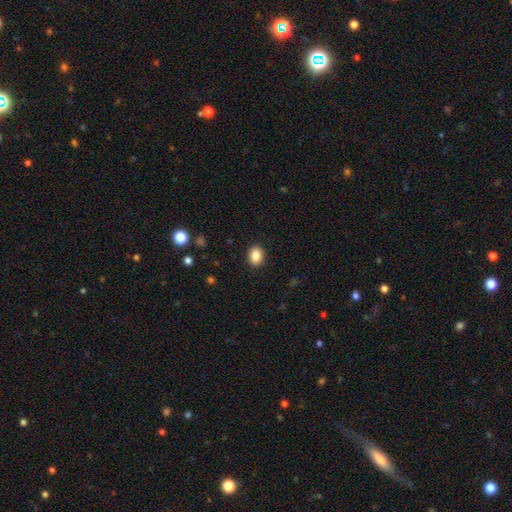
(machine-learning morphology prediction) smooth_or_featured: smooth (p=0.86) [alt: star or artifact p=0.09]
how_rounded: in between (p=0.59) [alt: round p=0.40]
merging: none (p=0.91) [alt: minor disturbance p=0.07]